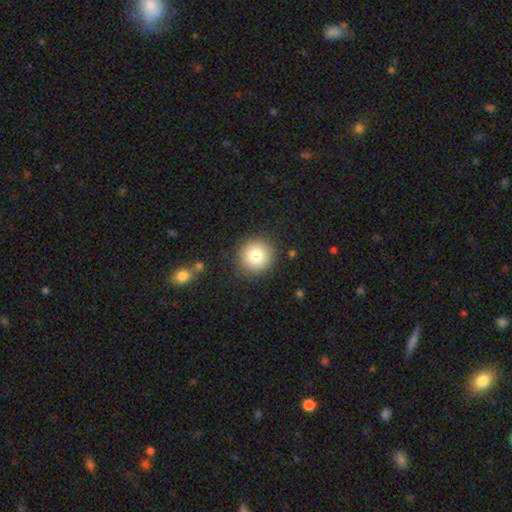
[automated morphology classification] Overall: smooth (80%). How rounded: round (94%). Merging: none (88%).